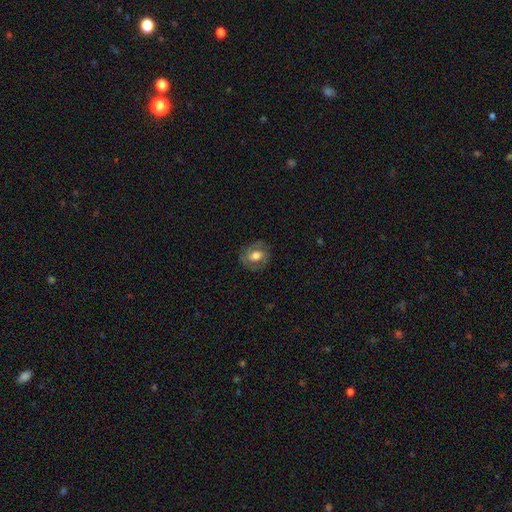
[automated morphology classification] This appears to be a featured or disk galaxy (57%) with no bar (52%), spiral arms (77%) and a moderate central bulge (57%). Merging: none (77%).